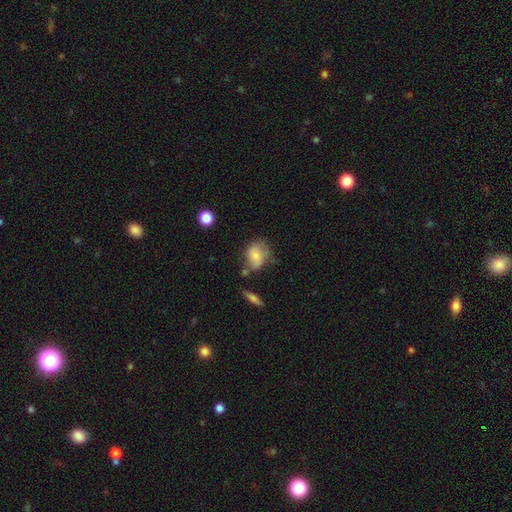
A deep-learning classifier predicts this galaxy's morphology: Smooth or featured? smooth (72%)
How rounded? in between (61%)
Merging? none (45%)